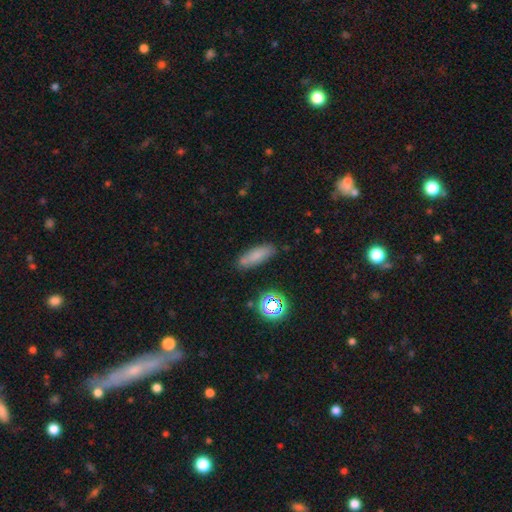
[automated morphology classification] Smooth or featured? smooth (73%)
How rounded? in between (52%)
Merging? none (78%)